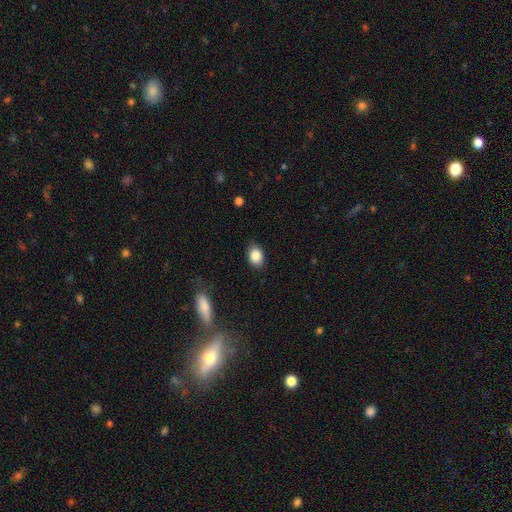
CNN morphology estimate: This is clearly a smooth galaxy (87%). How rounded: likely in between (70%). Merging: clearly none (83%).